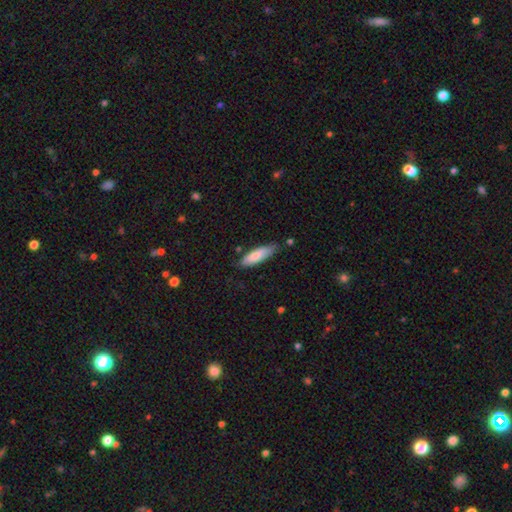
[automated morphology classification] smooth-or-featured: smooth: 80% | featured or disk: 14% | star or artifact: 6%
  how-rounded: cigar-shaped: 54% | in between: 45% | round: 1%
  merging: none: 72% | minor disturbance: 21% | major disturbance: 3% | merger: 3%